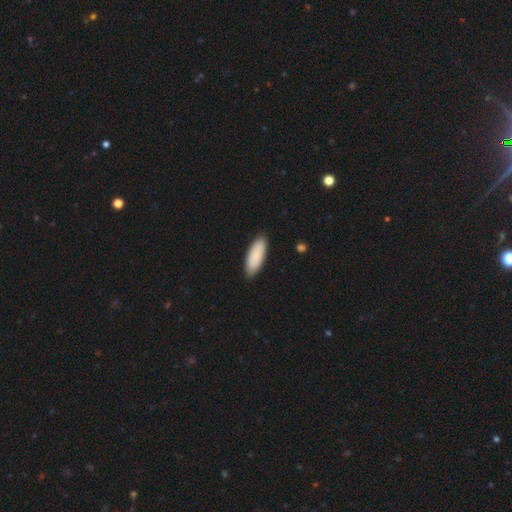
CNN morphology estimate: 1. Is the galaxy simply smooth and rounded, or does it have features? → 89% smooth, 6% featured or disk, 5% star or artifact.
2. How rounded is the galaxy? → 71% in between, 27% cigar-shaped, 2% round.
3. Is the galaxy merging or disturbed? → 87% none, 10% minor disturbance, 2% major disturbance, 1% merger.